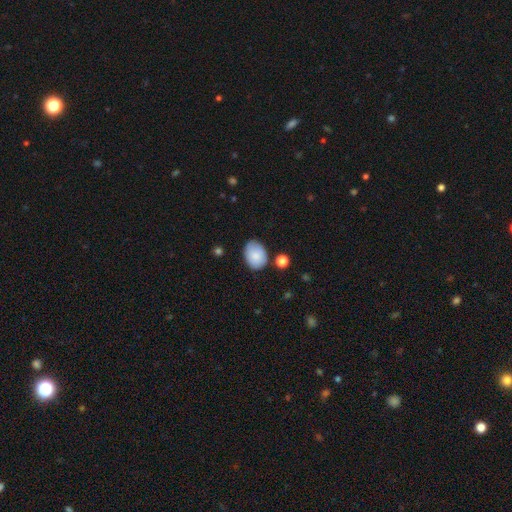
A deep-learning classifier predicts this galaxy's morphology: smooth-or-featured: smooth: 86% | featured or disk: 7% | star or artifact: 7%
  how-rounded: in between: 75% | round: 24% | cigar-shaped: 1%
  merging: none: 75% | minor disturbance: 17% | merger: 4% | major disturbance: 4%